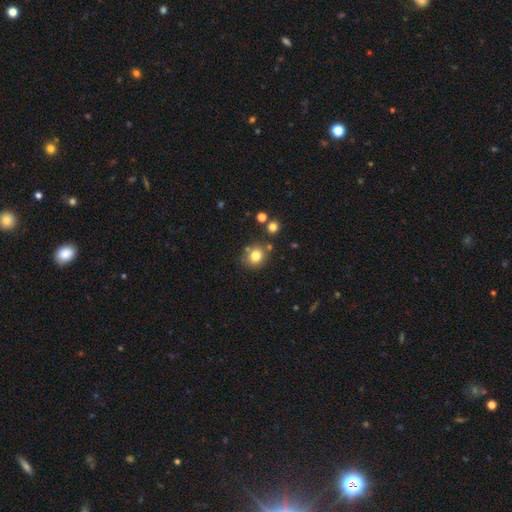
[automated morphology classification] This is likely a smooth galaxy (79%). How rounded: likely round (76%). Merging: likely none (74%).